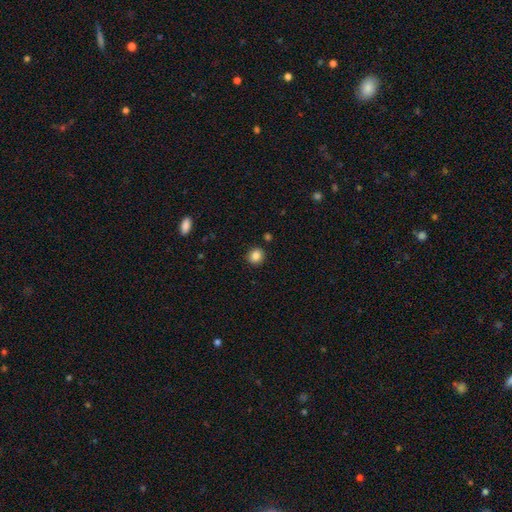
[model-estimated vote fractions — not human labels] A smooth galaxy with no disk features (86%) that is round (86%).

Vote fractions:
- Smooth or featured? smooth: 86% / star or artifact: 10% / featured or disk: 4%
- How rounded? round: 86% / in between: 13% / cigar-shaped: 1%
- Merging? none: 89% / minor disturbance: 7% / merger: 2% / major disturbance: 2%